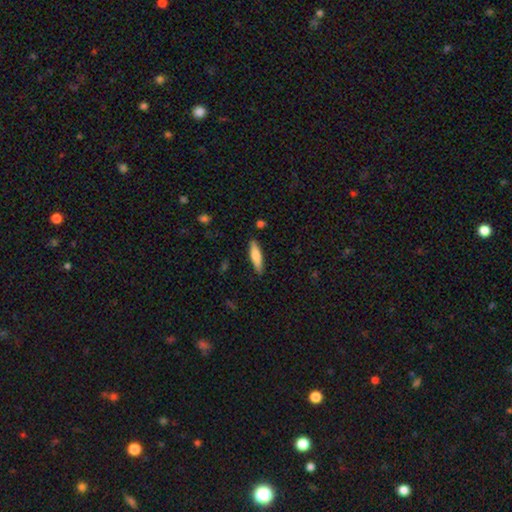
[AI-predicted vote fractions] A smooth galaxy with no disk features (76%) that is cigar-shaped (71%). Merging: none (87%).